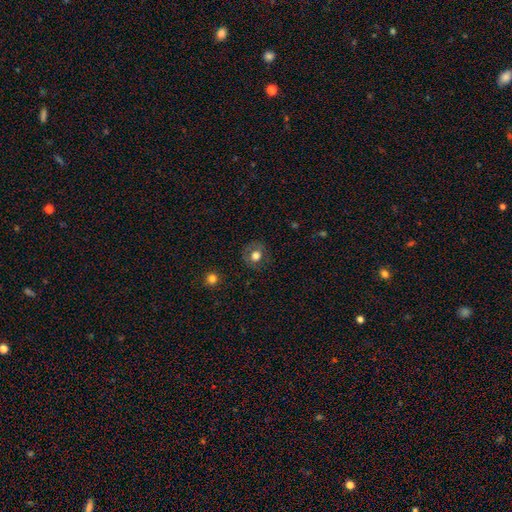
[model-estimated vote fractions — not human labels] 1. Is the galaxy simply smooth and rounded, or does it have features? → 68% smooth, 20% featured or disk, 12% star or artifact.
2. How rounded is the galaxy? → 84% round, 15% in between, 1% cigar-shaped.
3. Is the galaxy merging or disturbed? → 80% none, 13% minor disturbance, 6% major disturbance, 1% merger.